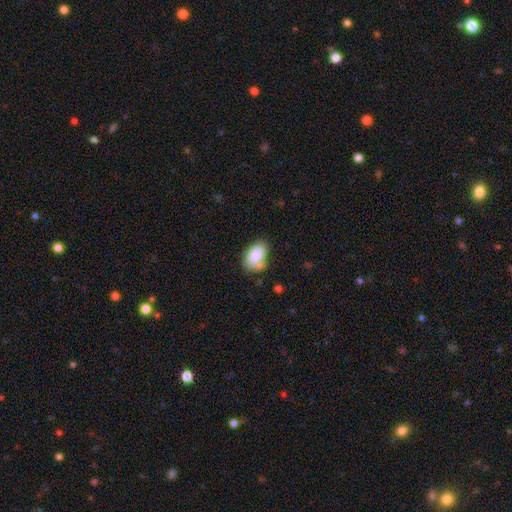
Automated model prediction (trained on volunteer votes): The model was most divided on "merging": none: 58%, minor disturbance: 24%, merger: 11%, major disturbance: 7%. More confident: how rounded — in between (88%); smooth or featured — smooth (84%).